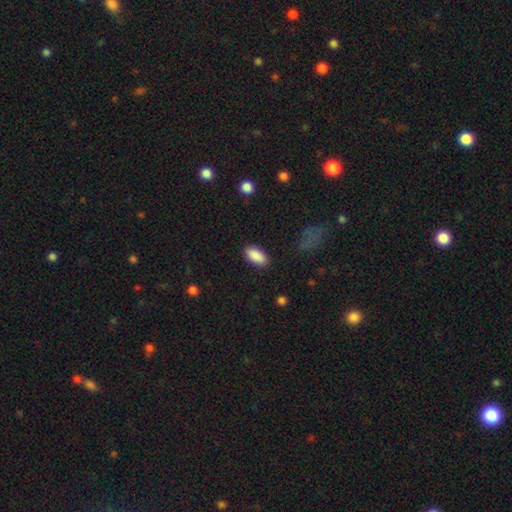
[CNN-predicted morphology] Smooth or featured? smooth (90%)
How rounded? in between (92%)
Merging? none (88%)